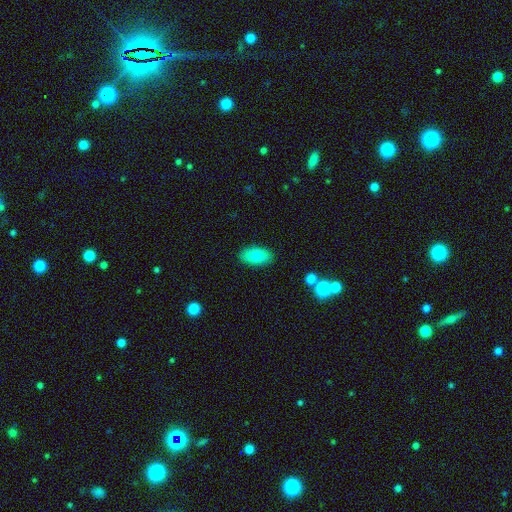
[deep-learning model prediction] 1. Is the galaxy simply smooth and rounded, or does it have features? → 82% smooth, 10% featured or disk, 7% star or artifact.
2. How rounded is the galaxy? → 93% in between, 4% round, 3% cigar-shaped.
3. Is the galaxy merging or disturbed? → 88% none, 9% minor disturbance, 2% major disturbance, 1% merger.